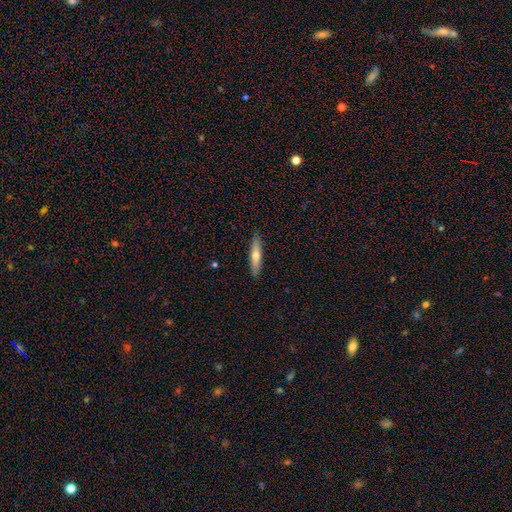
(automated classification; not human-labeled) Smooth or featured? Predicted: smooth (p=0.59). How rounded? Predicted: cigar-shaped (p=0.84). Merging? Predicted: none (p=0.90).